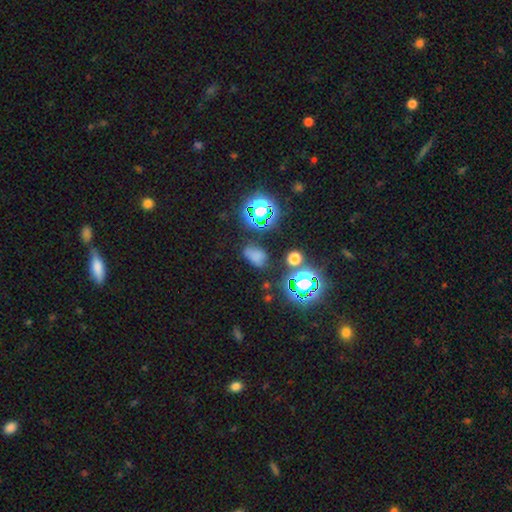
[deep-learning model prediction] smooth-or-featured: smooth: 60% | star or artifact: 31% | featured or disk: 9%
  how-rounded: in between: 81% | round: 17% | cigar-shaped: 2%
  merging: none: 63% | minor disturbance: 21% | major disturbance: 10% | merger: 6%